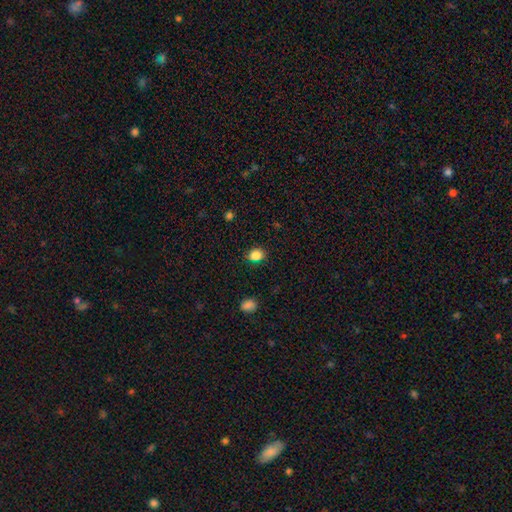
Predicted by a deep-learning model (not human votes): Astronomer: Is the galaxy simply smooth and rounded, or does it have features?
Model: smooth — 84%.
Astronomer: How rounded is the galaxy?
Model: in between — 50% (runner-up: round, 48%).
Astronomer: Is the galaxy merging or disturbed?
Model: none — 81%.